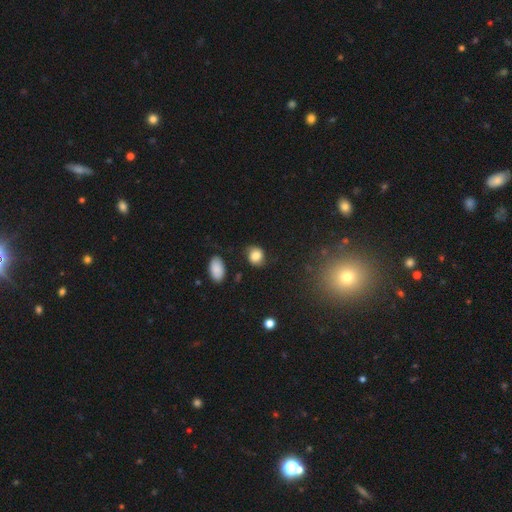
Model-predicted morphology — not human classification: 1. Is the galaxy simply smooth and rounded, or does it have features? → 76% smooth, 14% featured or disk, 10% star or artifact.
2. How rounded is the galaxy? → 60% round, 39% in between, 1% cigar-shaped.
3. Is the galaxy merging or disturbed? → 67% none, 23% minor disturbance, 8% major disturbance, 3% merger.